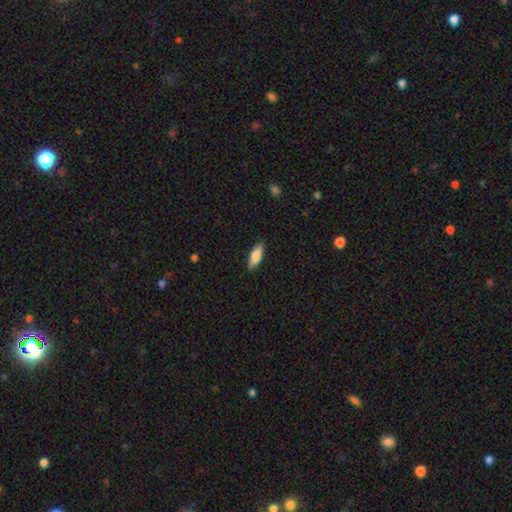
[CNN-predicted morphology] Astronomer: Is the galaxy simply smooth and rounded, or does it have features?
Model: smooth — 82%.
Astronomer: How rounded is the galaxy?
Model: in between — 66%.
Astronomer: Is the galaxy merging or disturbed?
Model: none — 85%.